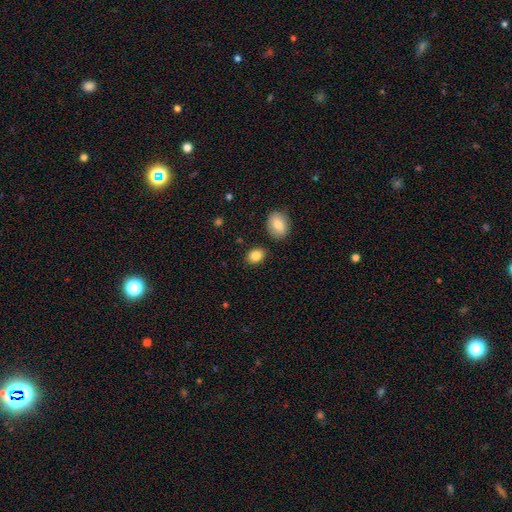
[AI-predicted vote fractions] smooth-or-featured: smooth: 85% | star or artifact: 9% | featured or disk: 6%
  how-rounded: in between: 61% | round: 38% | cigar-shaped: 1%
  merging: none: 85% | minor disturbance: 9% | merger: 4% | major disturbance: 2%